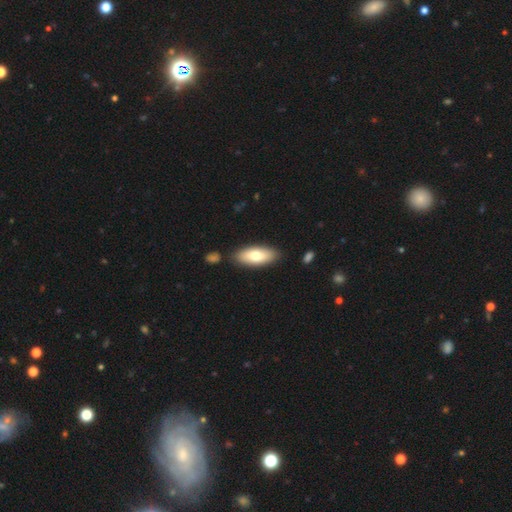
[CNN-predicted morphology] A smooth galaxy with no disk features (72%) that is in between round and cigar-shaped (79%).

Vote fractions:
- Smooth or featured? smooth: 72% / featured or disk: 23% / star or artifact: 6%
- How rounded? in between: 79% / cigar-shaped: 19% / round: 2%
- Merging? none: 85% / minor disturbance: 10% / merger: 4% / major disturbance: 2%